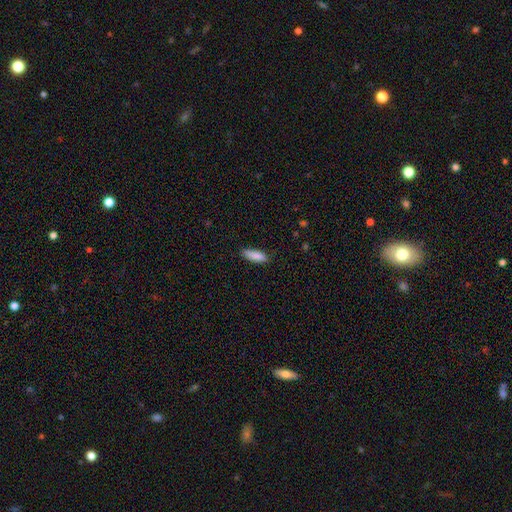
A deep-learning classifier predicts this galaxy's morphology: The model was most divided on "how rounded": in between: 55%, cigar-shaped: 43%, round: 2%. More confident: smooth or featured — smooth (88%); merging — none (84%).